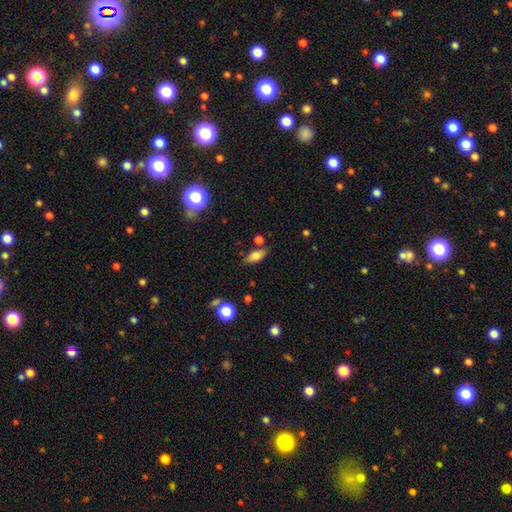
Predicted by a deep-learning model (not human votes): The model was most divided on "merging": none: 75%, minor disturbance: 14%, merger: 7%, major disturbance: 4%. More confident: how rounded — in between (84%); smooth or featured — smooth (77%).